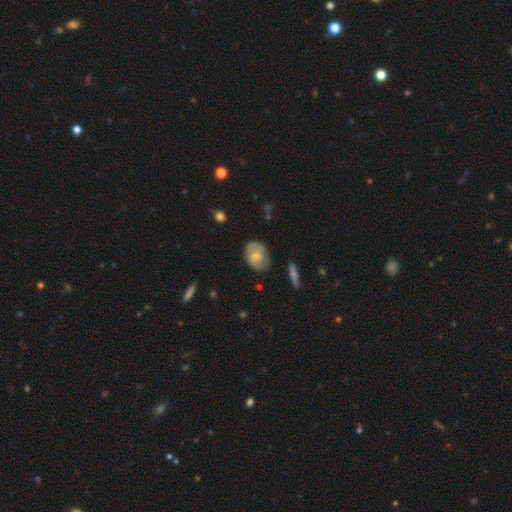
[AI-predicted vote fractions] This is possibly a smooth galaxy (54%). How rounded: likely in between (71%). Merging: likely none (68%).